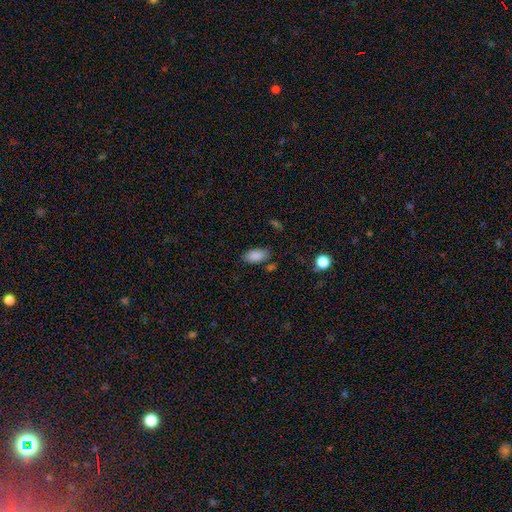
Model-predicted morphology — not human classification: Q: Smooth or featured?
A: smooth (87%); runner-up: star or artifact (8%)
Q: How rounded?
A: in between (93%); runner-up: round (4%)
Q: Merging?
A: none (77%); runner-up: minor disturbance (15%)